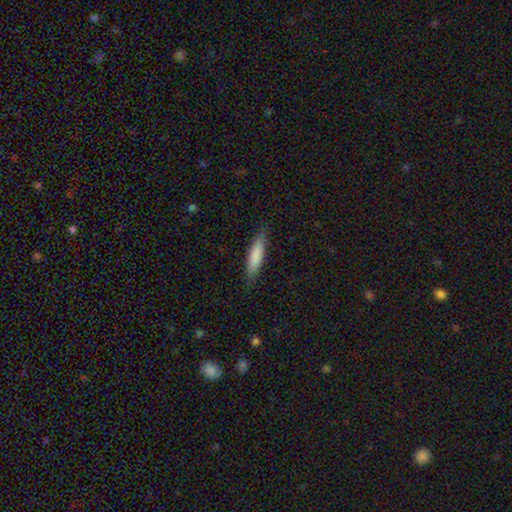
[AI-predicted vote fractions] A smooth galaxy with no disk features (84%) that is cigar-shaped (73%).

Vote fractions:
- Smooth or featured? smooth: 84% / featured or disk: 10% / star or artifact: 6%
- How rounded? cigar-shaped: 73% / in between: 26% / round: 1%
- Merging? none: 85% / minor disturbance: 12% / major disturbance: 2% / merger: 1%